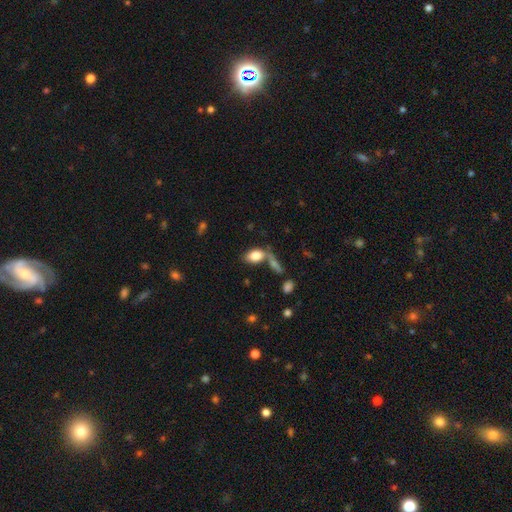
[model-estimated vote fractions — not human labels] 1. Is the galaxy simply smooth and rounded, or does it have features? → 82% smooth, 11% featured or disk, 8% star or artifact.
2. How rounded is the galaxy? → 91% in between, 6% round, 4% cigar-shaped.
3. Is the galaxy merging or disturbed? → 52% none, 30% merger, 13% minor disturbance, 5% major disturbance.